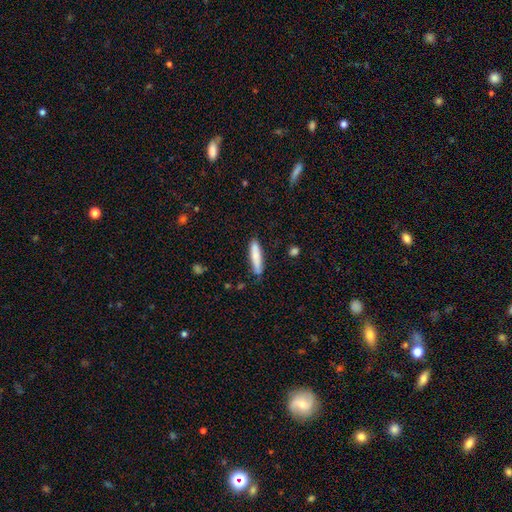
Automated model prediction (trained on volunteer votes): Smooth or featured?
  - smooth: 82% *
  - featured or disk: 12%
  - star or artifact: 6%
How rounded?
  - cigar-shaped: 83% *
  - in between: 16%
  - round: 1%
Merging?
  - none: 82% *
  - minor disturbance: 14%
  - major disturbance: 2%
  - merger: 2%